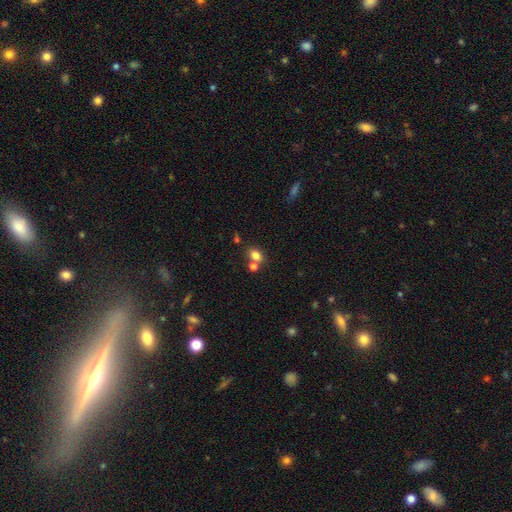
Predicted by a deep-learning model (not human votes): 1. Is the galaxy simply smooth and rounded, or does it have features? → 80% smooth, 13% star or artifact, 8% featured or disk.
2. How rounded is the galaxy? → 66% in between, 33% round, 1% cigar-shaped.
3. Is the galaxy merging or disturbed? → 57% none, 29% merger, 11% minor disturbance, 4% major disturbance.